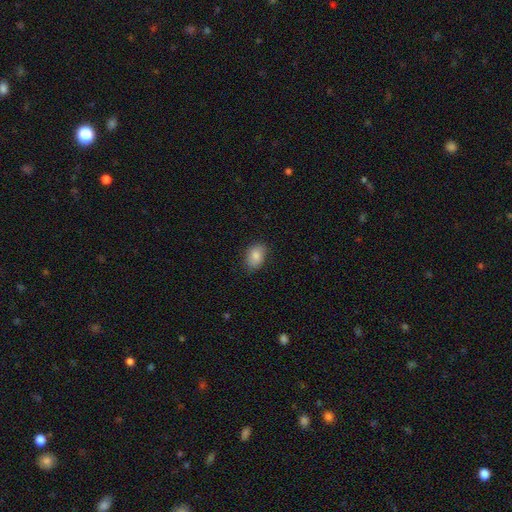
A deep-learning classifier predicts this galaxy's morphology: Smooth or featured? Predicted: smooth (p=0.83). How rounded? Predicted: in between (p=0.76). Merging? Predicted: none (p=0.84).